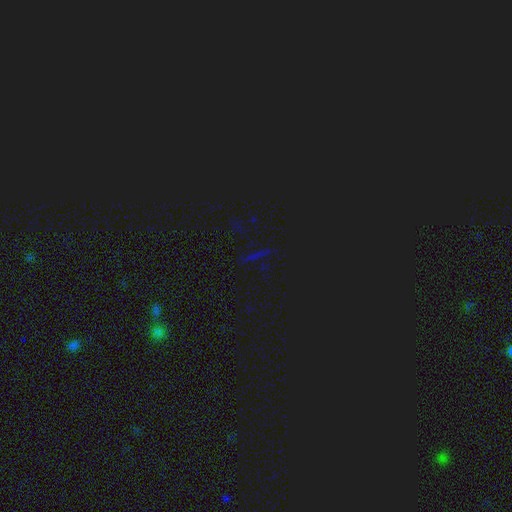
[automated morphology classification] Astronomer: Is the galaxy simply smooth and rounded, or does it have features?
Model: star or artifact — 75%.